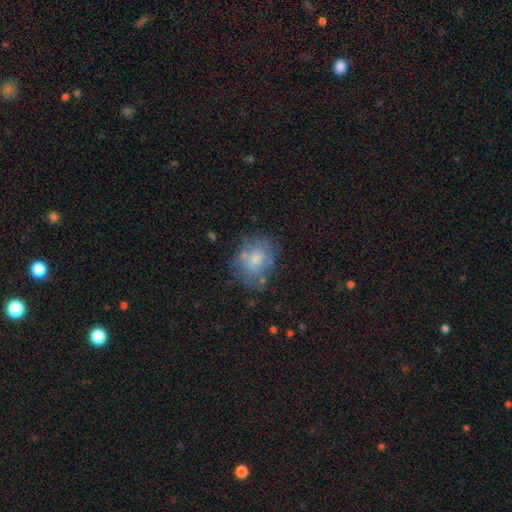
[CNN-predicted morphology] Overall: smooth (58%; featured or disk 31%). How rounded: round (55%; in between 44%). Merging: none (60%; minor disturbance 23%).